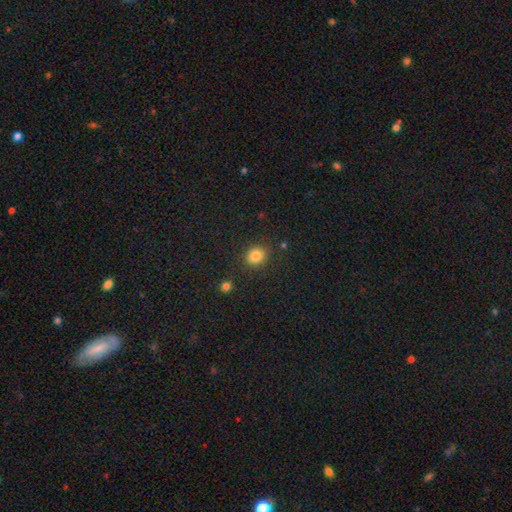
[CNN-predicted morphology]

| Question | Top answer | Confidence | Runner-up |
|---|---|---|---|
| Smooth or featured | smooth | 83% | star or artifact (12%) |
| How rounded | round | 67% | in between (32%) |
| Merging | none | 85% | minor disturbance (9%) |